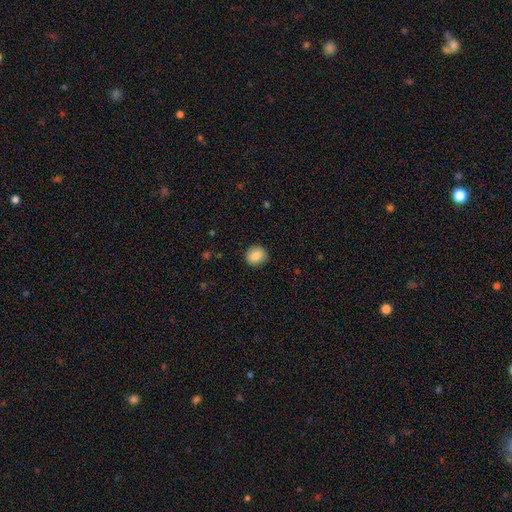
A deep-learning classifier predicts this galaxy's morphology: Smooth or featured?
  - smooth: 88% *
  - star or artifact: 8%
  - featured or disk: 4%
How rounded?
  - round: 77% *
  - in between: 22%
  - cigar-shaped: 1%
Merging?
  - none: 89% *
  - minor disturbance: 7%
  - major disturbance: 2%
  - merger: 1%